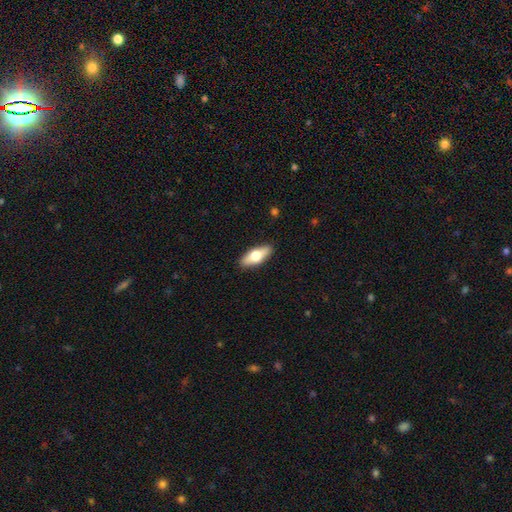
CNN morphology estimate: This appears to be a smooth galaxy with no disk features (59%) that is in between round and cigar-shaped (72%). Merging: none (89%).